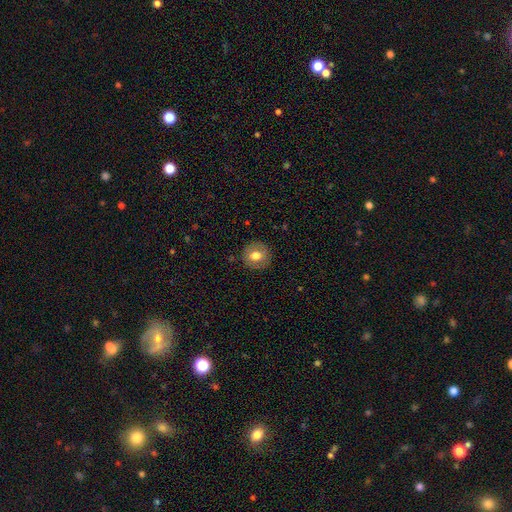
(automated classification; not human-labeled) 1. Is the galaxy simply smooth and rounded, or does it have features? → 71% smooth, 21% featured or disk, 8% star or artifact.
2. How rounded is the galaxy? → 89% round, 10% in between, 1% cigar-shaped.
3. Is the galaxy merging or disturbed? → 88% none, 9% minor disturbance, 3% major disturbance, 1% merger.